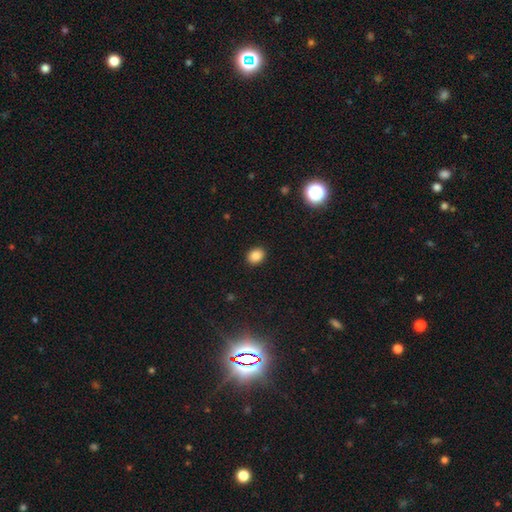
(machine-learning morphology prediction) smooth_or_featured: smooth (p=0.86) [alt: star or artifact p=0.10]
how_rounded: round (p=0.51) [alt: in between p=0.48]
merging: none (p=0.91) [alt: minor disturbance p=0.06]